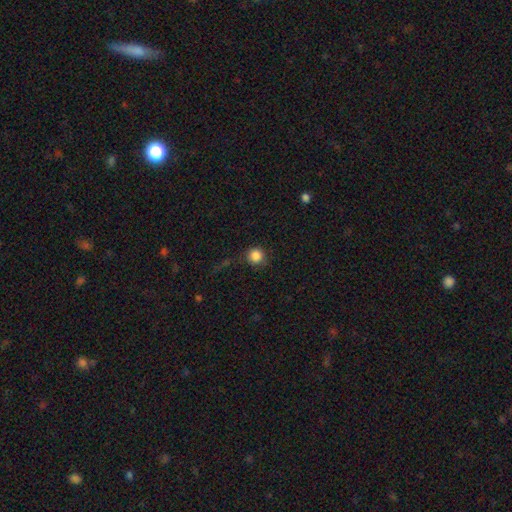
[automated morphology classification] smooth_or_featured: smooth (p=0.86) [alt: star or artifact p=0.10]
how_rounded: round (p=0.94) [alt: in between p=0.05]
merging: none (p=0.81) [alt: minor disturbance p=0.12]